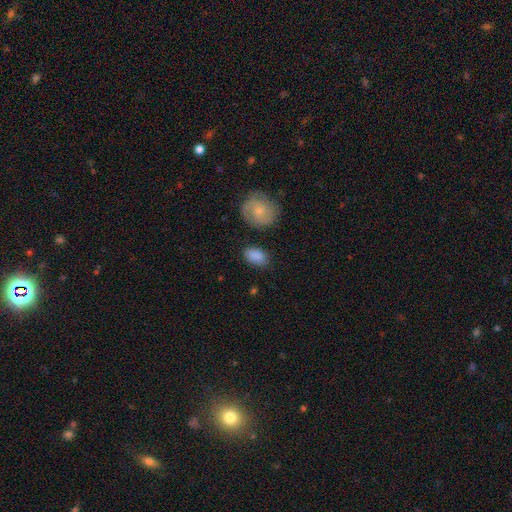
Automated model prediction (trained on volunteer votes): Smooth or featured? Predicted: smooth (p=0.86). How rounded? Predicted: in between (p=0.88). Merging? Predicted: none (p=0.78).